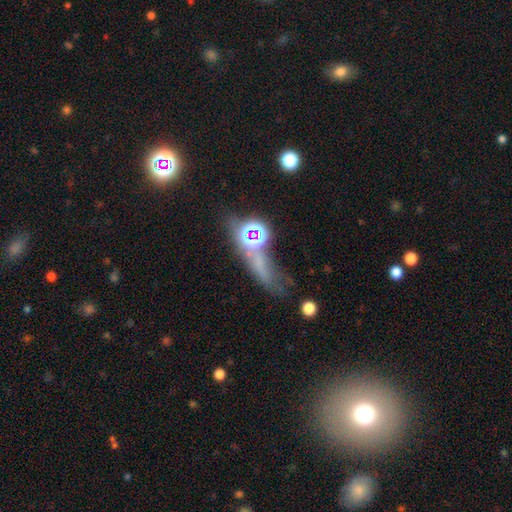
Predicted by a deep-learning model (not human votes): Overall: star or artifact (43%; smooth 34%).